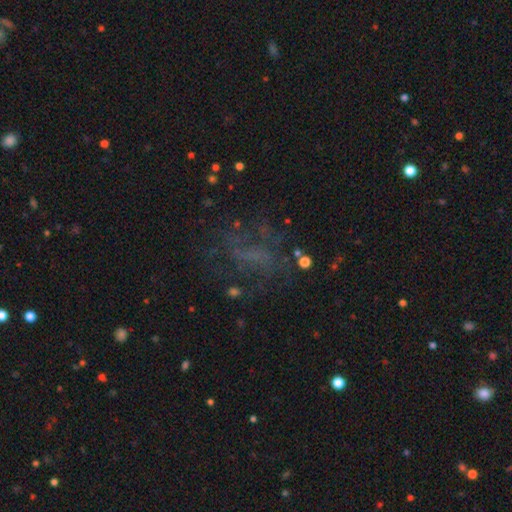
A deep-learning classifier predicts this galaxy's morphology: smooth_or_featured: featured or disk (p=0.42) [alt: star or artifact p=0.32]
merging: none (p=0.54) [alt: major disturbance p=0.26]